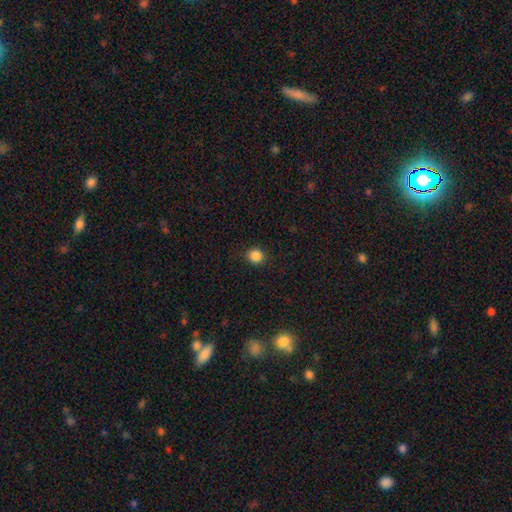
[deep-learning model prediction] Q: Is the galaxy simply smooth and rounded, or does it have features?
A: smooth — 86%.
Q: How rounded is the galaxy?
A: round — 84%.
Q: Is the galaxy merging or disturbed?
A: none — 89%.